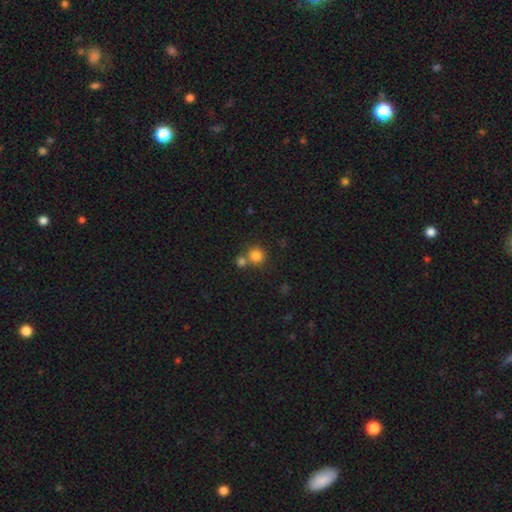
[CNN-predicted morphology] The model was most divided on "merging": none: 59%, merger: 31%, minor disturbance: 7%, major disturbance: 3%. More confident: how rounded — round (90%); smooth or featured — smooth (82%).